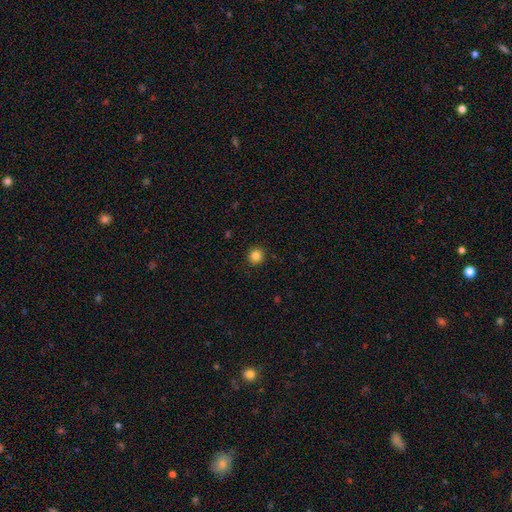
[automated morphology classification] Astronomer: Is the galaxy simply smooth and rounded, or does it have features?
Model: smooth — 84%.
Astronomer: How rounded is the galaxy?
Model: round — 94%.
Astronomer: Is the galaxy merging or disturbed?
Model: none — 92%.